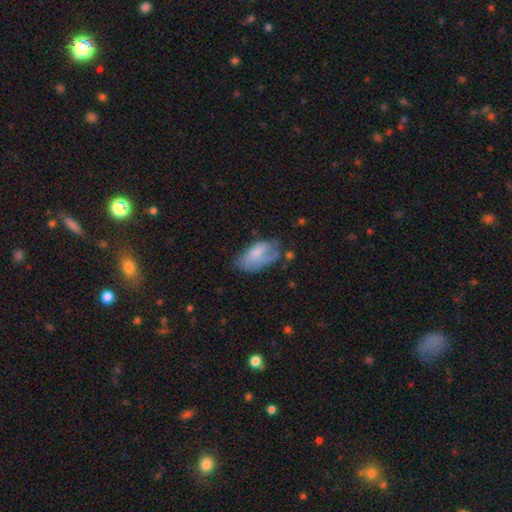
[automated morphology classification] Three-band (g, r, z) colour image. It shows a smooth galaxy with no disk features (60%) that is in between round and cigar-shaped (93%). Merging: none (41%).